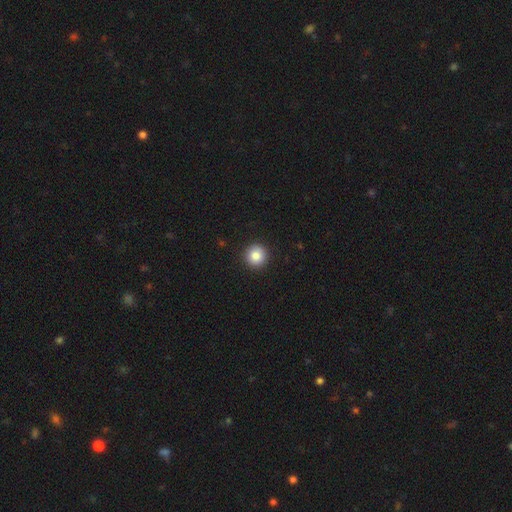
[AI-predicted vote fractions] smooth_or_featured: smooth (p=0.84) [alt: star or artifact p=0.09]
how_rounded: round (p=0.95) [alt: in between p=0.04]
merging: none (p=0.93) [alt: minor disturbance p=0.04]